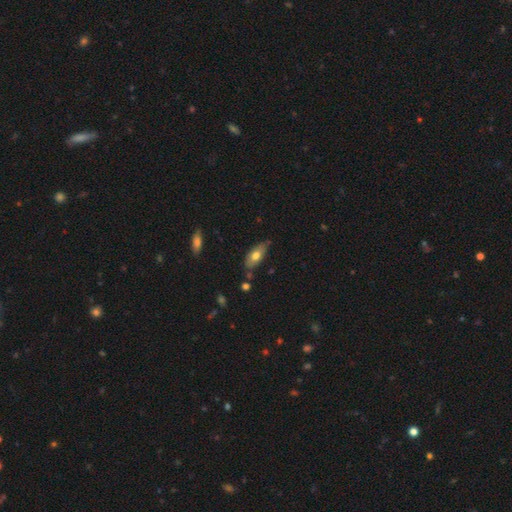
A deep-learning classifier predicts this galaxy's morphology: This is likely a smooth galaxy (67%). How rounded: clearly in between (84%). Merging: likely none (69%).